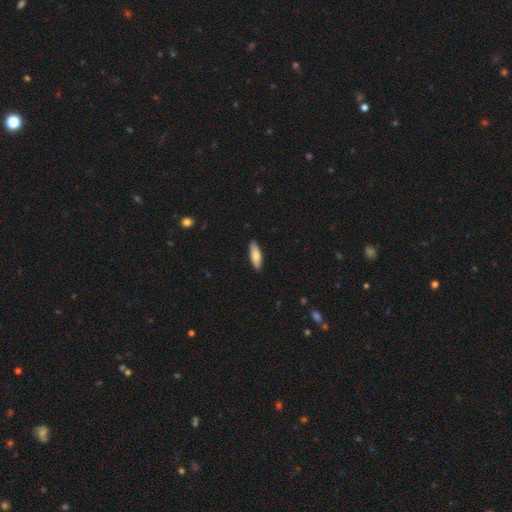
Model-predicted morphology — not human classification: This appears to be a smooth galaxy with no disk features (81%) that is cigar-shaped (50%). Merging: none (89%).